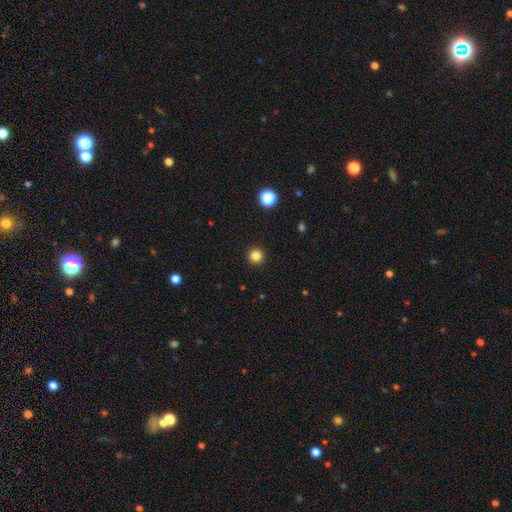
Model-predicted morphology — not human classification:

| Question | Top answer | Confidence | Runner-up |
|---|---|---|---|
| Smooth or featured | smooth | 83% | star or artifact (13%) |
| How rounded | round | 96% | in between (3%) |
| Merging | none | 93% | minor disturbance (4%) |